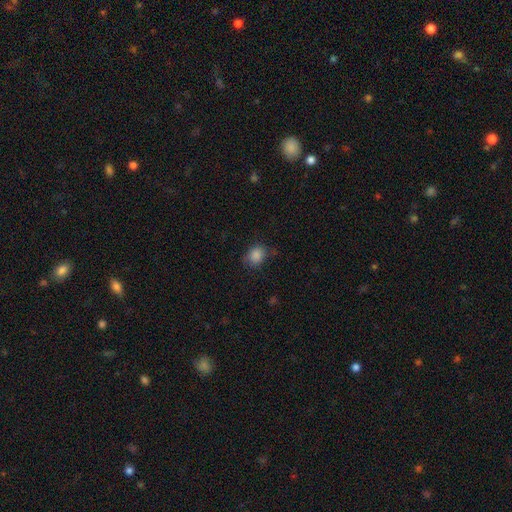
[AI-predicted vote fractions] This is clearly a smooth galaxy (86%). How rounded: possibly round (60%). Merging: likely none (70%).